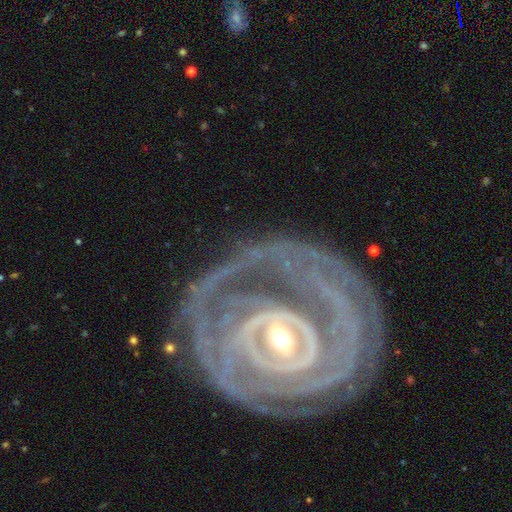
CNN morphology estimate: type=featured or disk (89%); edge-on=no (96%); bar=strong (36%); spiral arms=yes (93%); winding=tight (84%); arm count=can't tell (31%); bulge=moderate (50%); merging=none (73%).